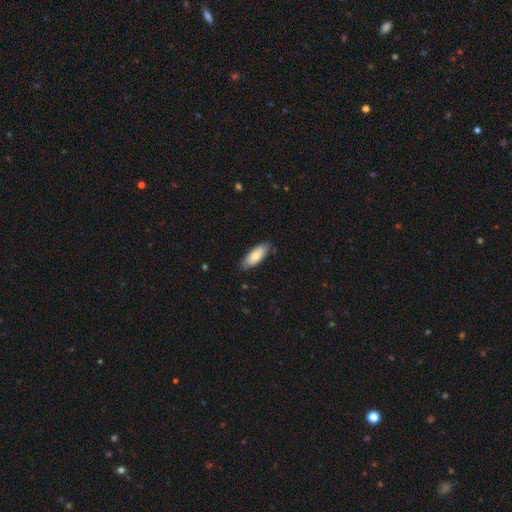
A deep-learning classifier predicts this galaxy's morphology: A smooth galaxy with no disk features (76%) that is in between round and cigar-shaped (76%). Merging: none (82%).